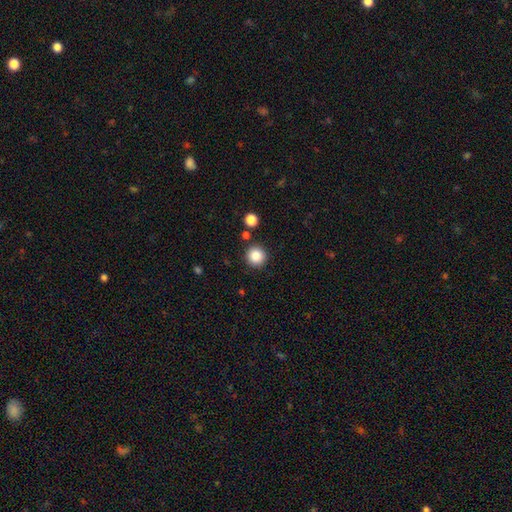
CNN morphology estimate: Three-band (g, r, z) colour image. It shows a smooth galaxy with no disk features (86%) that is round (95%). Merging: none (89%).